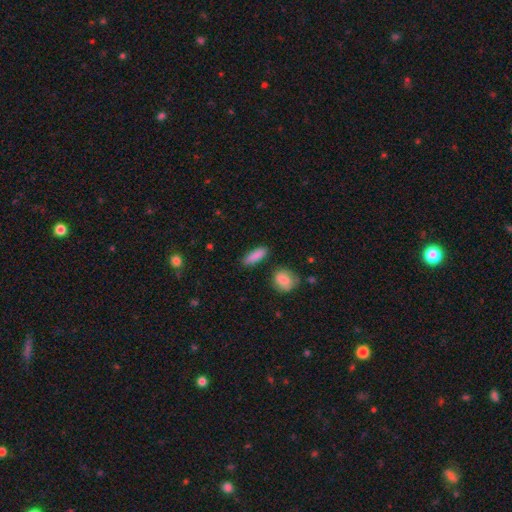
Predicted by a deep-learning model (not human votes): Q: Smooth or featured?
A: smooth (88%); runner-up: featured or disk (6%)
Q: How rounded?
A: in between (54%); runner-up: cigar-shaped (43%)
Q: Merging?
A: none (84%); runner-up: minor disturbance (10%)